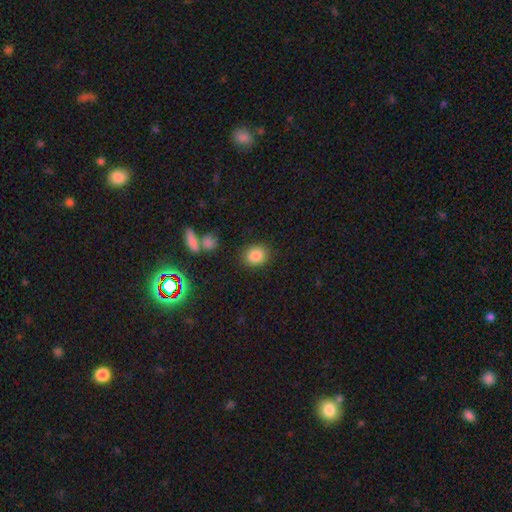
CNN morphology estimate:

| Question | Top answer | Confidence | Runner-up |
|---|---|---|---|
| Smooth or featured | smooth | 85% | star or artifact (10%) |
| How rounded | round | 56% | in between (43%) |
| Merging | none | 84% | minor disturbance (9%) |